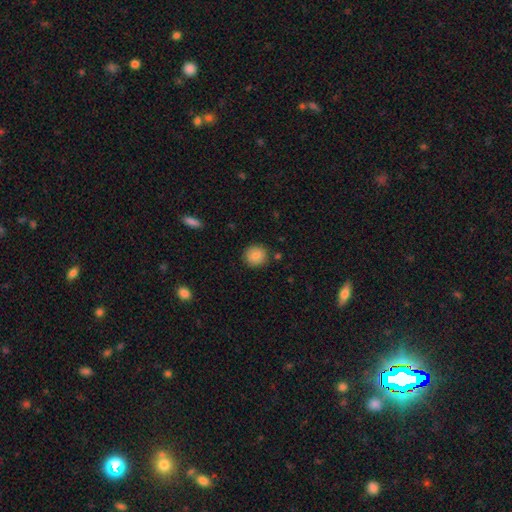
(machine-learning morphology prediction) smooth_or_featured: smooth (p=0.86) [alt: star or artifact p=0.08]
how_rounded: round (p=0.89) [alt: in between p=0.10]
merging: none (p=0.88) [alt: minor disturbance p=0.08]